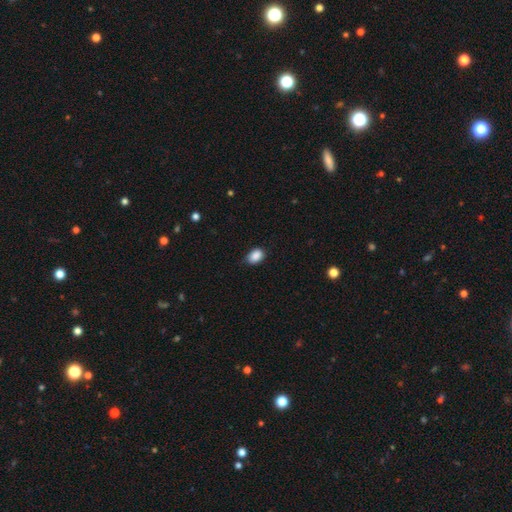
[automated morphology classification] smooth-or-featured: smooth: 89% | star or artifact: 8% | featured or disk: 3%
  how-rounded: in between: 80% | round: 19% | cigar-shaped: 1%
  merging: none: 77% | minor disturbance: 19% | major disturbance: 3% | merger: 1%